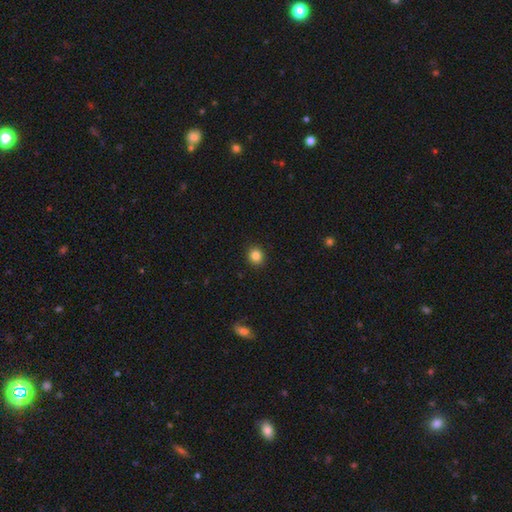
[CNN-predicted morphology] A smooth galaxy with no disk features (85%) that is round (80%).

Vote fractions:
- Smooth or featured? smooth: 85% / star or artifact: 11% / featured or disk: 5%
- How rounded? round: 80% / in between: 19% / cigar-shaped: 1%
- Merging? none: 91% / minor disturbance: 6% / major disturbance: 2% / merger: 1%